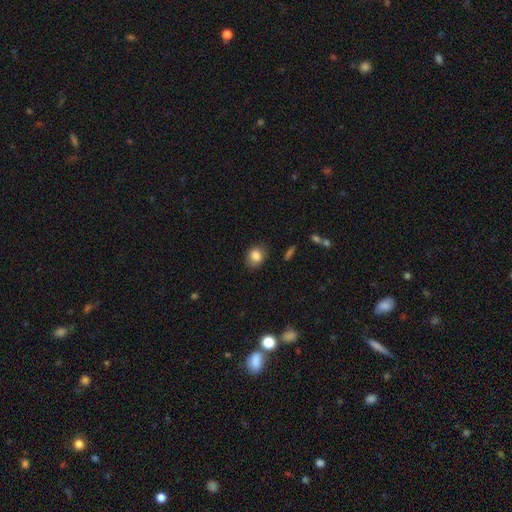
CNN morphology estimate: type=smooth (83%); roundness=round (53%); merging=none (80%).